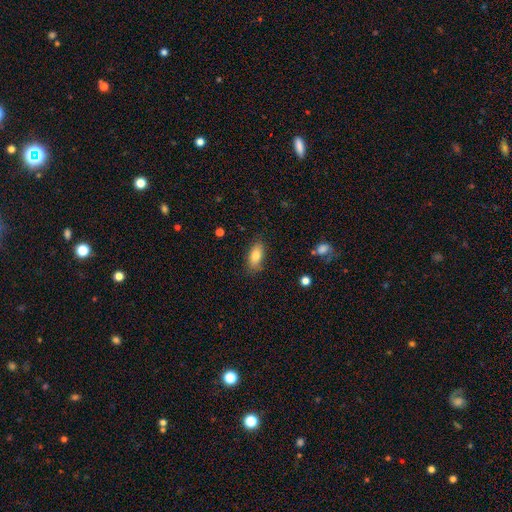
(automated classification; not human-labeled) smooth-or-featured: smooth: 81% | featured or disk: 11% | star or artifact: 8%
  how-rounded: in between: 86% | cigar-shaped: 10% | round: 4%
  merging: none: 82% | minor disturbance: 13% | major disturbance: 3% | merger: 1%